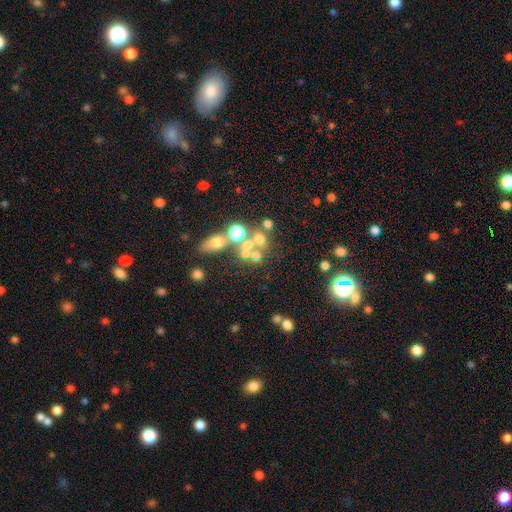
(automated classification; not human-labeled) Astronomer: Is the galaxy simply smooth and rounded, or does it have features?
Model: smooth — 46% (runner-up: featured or disk, 28%).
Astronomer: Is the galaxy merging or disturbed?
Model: merger — 42% (runner-up: none, 40%).